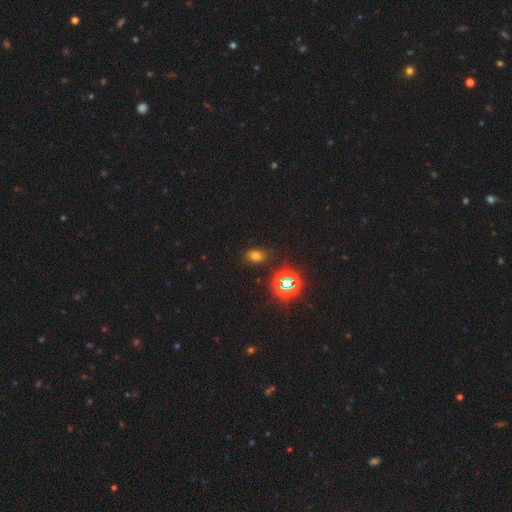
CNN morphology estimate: smooth_or_featured: smooth (p=0.62) [alt: star or artifact p=0.30]
how_rounded: in between (p=0.76) [alt: round p=0.22]
merging: none (p=0.82) [alt: minor disturbance p=0.12]